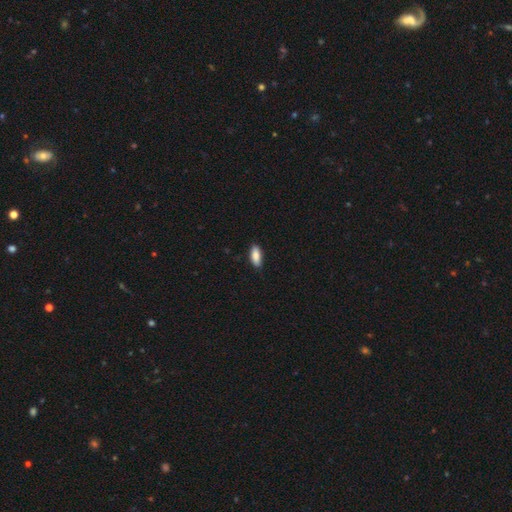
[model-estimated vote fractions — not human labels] Smooth or featured? Predicted: smooth (p=0.86). How rounded? Predicted: in between (p=0.81). Merging? Predicted: none (p=0.85).